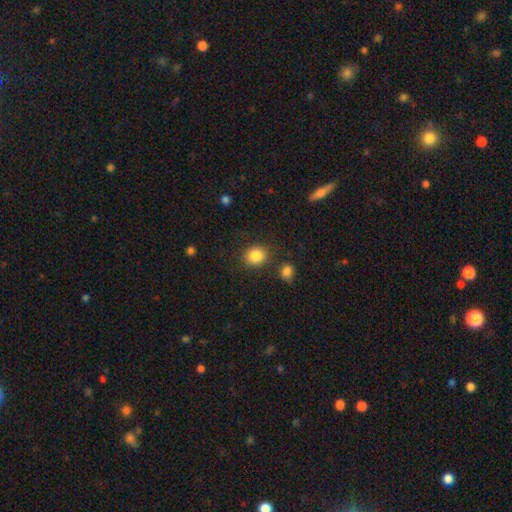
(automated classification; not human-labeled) Smooth or featured? Predicted: smooth (p=0.85). How rounded? Predicted: round (p=0.74). Merging? Predicted: none (p=0.82).